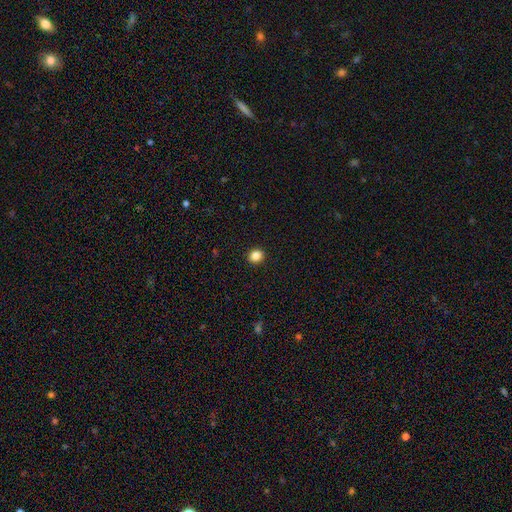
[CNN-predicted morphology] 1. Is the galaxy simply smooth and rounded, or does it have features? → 86% smooth, 11% star or artifact, 3% featured or disk.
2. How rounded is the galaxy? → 76% round, 23% in between, 1% cigar-shaped.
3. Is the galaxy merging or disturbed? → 92% none, 5% minor disturbance, 2% major disturbance, 1% merger.